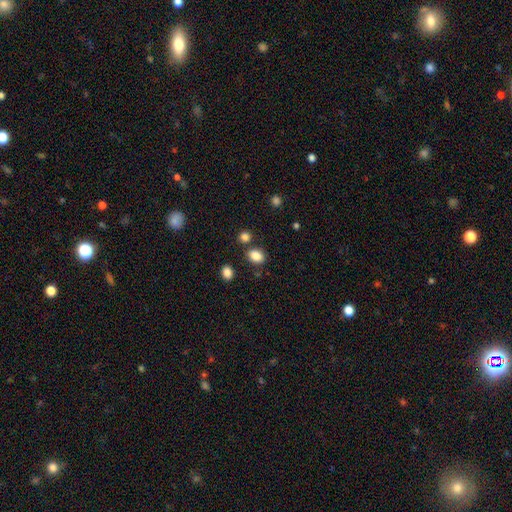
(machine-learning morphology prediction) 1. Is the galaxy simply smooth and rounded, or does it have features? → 86% smooth, 10% star or artifact, 4% featured or disk.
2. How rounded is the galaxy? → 67% in between, 32% round, 1% cigar-shaped.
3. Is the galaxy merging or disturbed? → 76% none, 11% minor disturbance, 10% merger, 3% major disturbance.